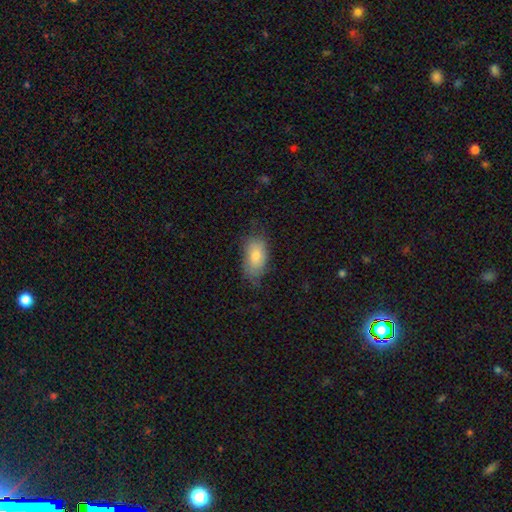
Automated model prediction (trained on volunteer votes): smooth 79%, featured or disk 14%, star or artifact 7%. Down the decision tree: how rounded — in between (91%); merging — none (68%).